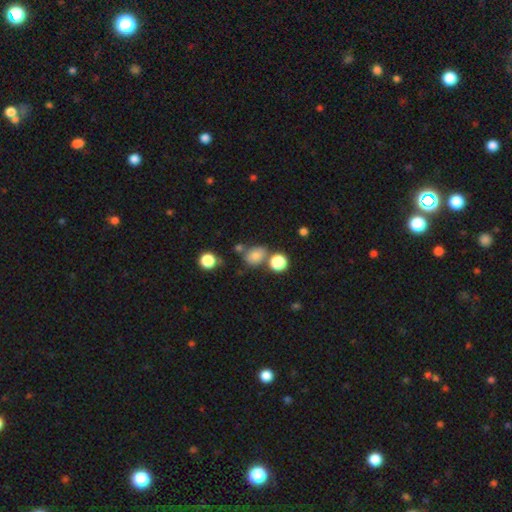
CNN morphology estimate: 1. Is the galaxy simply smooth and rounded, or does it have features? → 77% smooth, 14% star or artifact, 9% featured or disk.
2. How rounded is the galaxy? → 50% in between, 49% round, 1% cigar-shaped.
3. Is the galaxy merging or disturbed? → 61% none, 19% merger, 15% minor disturbance, 5% major disturbance.